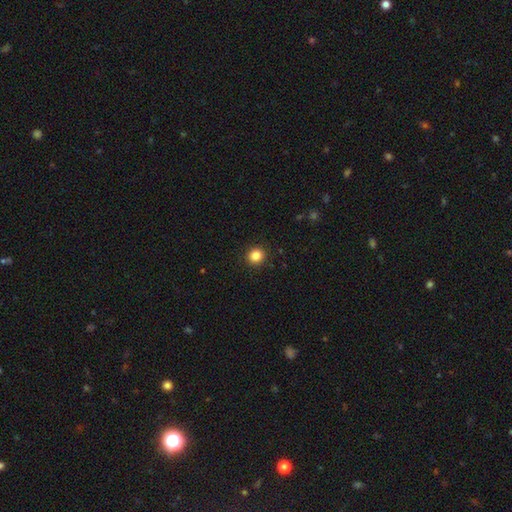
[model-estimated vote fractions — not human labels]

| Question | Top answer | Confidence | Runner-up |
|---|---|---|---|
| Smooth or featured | smooth | 85% | star or artifact (11%) |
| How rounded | round | 91% | in between (8%) |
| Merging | none | 92% | minor disturbance (5%) |